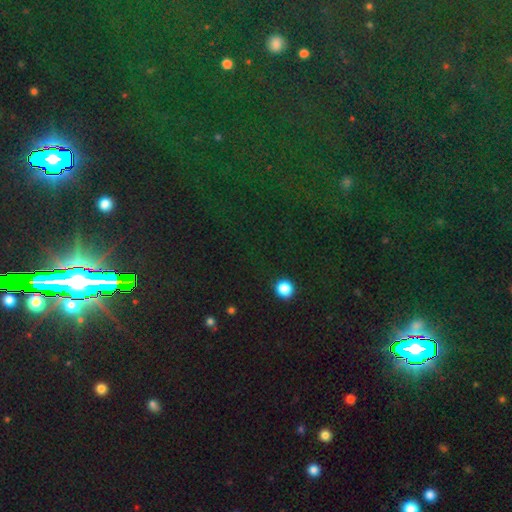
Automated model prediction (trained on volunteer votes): This appears to be a star or artifact, not a galaxy (80%).